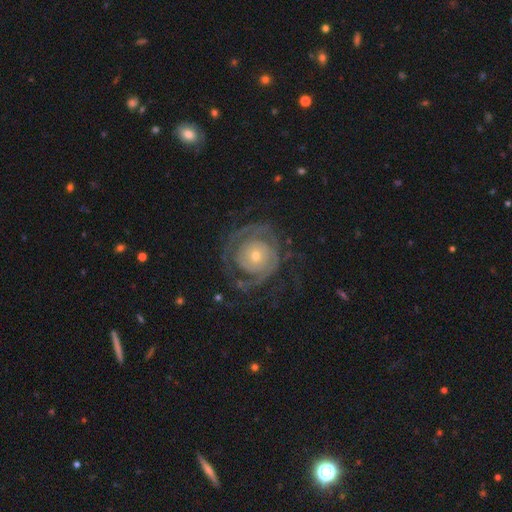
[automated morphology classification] Overall: featured or disk (85%). Edge-on disk: no (97%). Bar: no (80%). Spiral arms: yes (92%). Spiral arm count: 2 (39%; can't tell 27%). Spiral winding: tight (71%). Bulge size: small (58%; moderate 37%). Merging: none (64%).